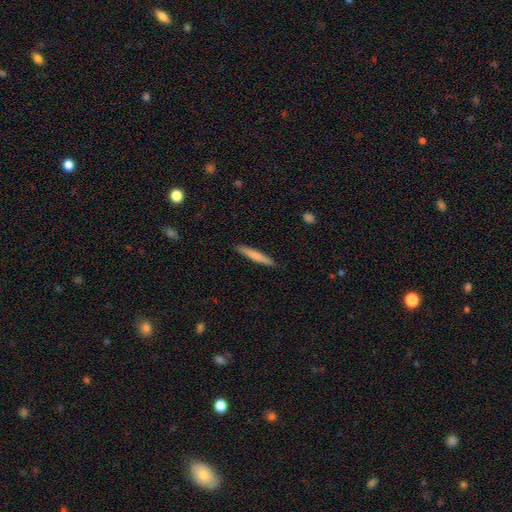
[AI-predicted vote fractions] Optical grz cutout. It shows a smooth galaxy with no disk features (72%) that is cigar-shaped (95%). Merging: none (91%).